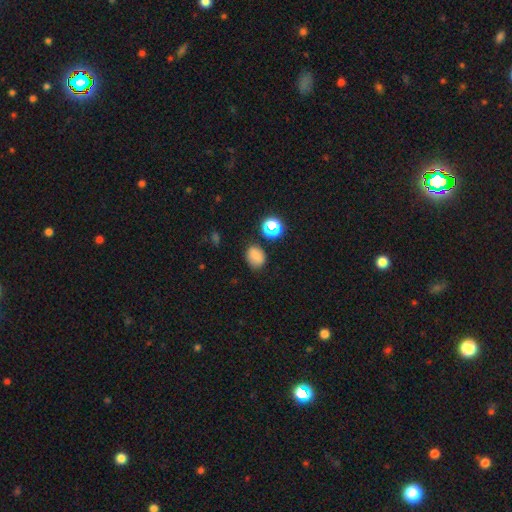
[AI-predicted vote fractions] Q: Smooth or featured?
A: smooth (78%); runner-up: star or artifact (16%)
Q: How rounded?
A: in between (55%); runner-up: round (45%)
Q: Merging?
A: none (78%); runner-up: minor disturbance (14%)